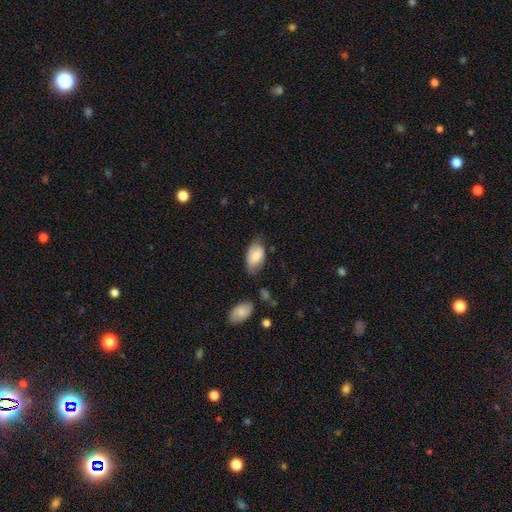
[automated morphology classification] Smooth or featured? Predicted: smooth (p=0.76). How rounded? Predicted: in between (p=0.93). Merging? Predicted: none (p=0.57).